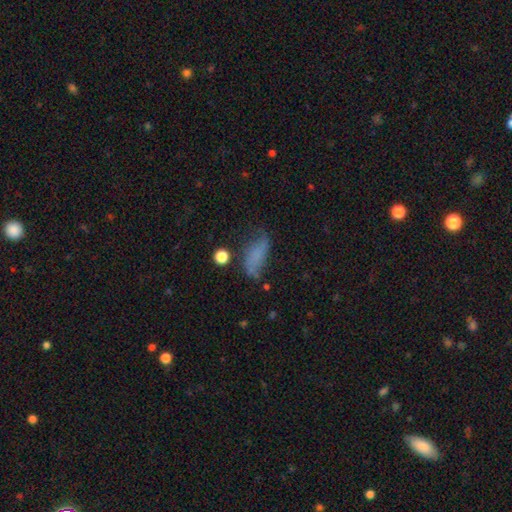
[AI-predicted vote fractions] Smooth or featured? Predicted: smooth (p=0.59). How rounded? Predicted: in between (p=0.76). Merging? Predicted: none (p=0.45).